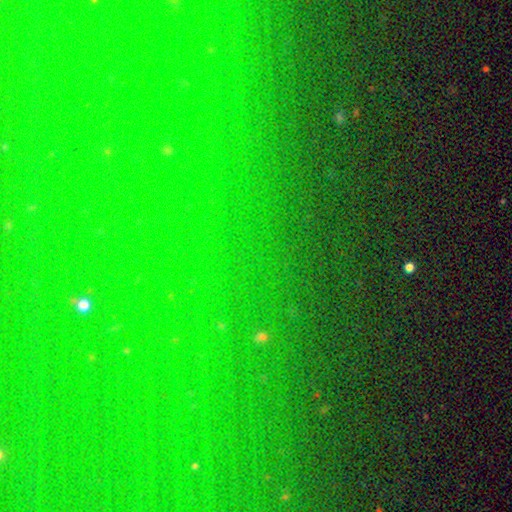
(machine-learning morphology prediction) Q: Smooth or featured?
A: star or artifact (79%); runner-up: smooth (12%)